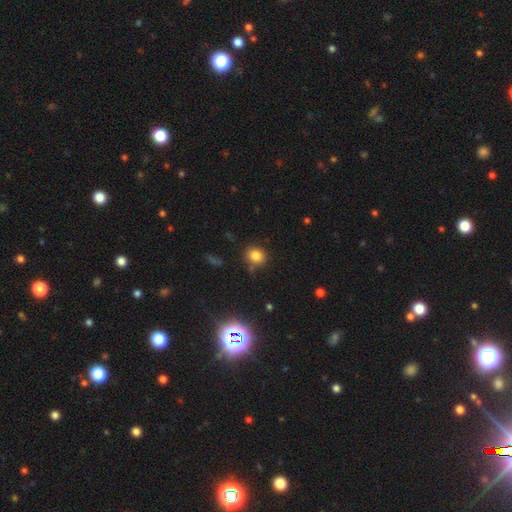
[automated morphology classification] A smooth galaxy with no disk features (80%) that is round (74%). Merging: none (80%).